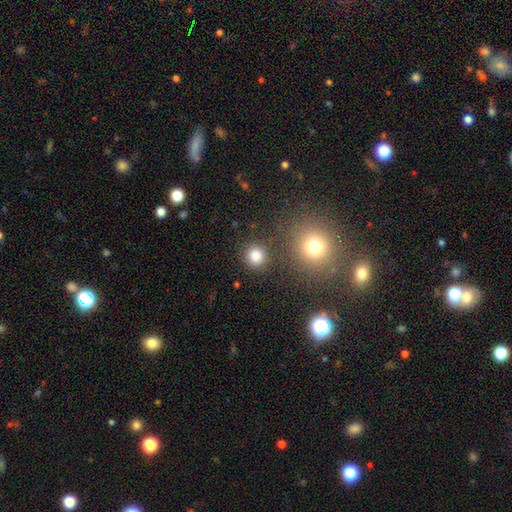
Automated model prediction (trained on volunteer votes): Smooth or featured?
  - smooth: 83% *
  - star or artifact: 12%
  - featured or disk: 5%
How rounded?
  - round: 90% *
  - in between: 9%
  - cigar-shaped: 1%
Merging?
  - none: 83% *
  - minor disturbance: 7%
  - merger: 6%
  - major disturbance: 3%